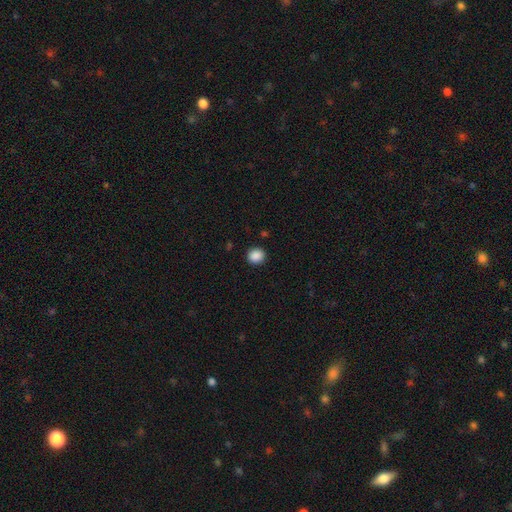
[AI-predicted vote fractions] Smooth or featured: smooth — 88% (star or artifact — 9%)
How rounded: round — 85% (in between — 14%)
Merging: none — 91% (minor disturbance — 6%)